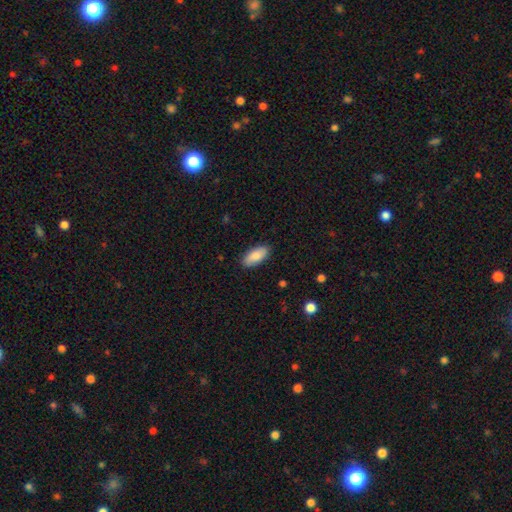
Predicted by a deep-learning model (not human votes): smooth-or-featured: smooth: 85% | featured or disk: 9% | star or artifact: 6%
  how-rounded: in between: 88% | cigar-shaped: 10% | round: 2%
  merging: none: 88% | minor disturbance: 9% | major disturbance: 2% | merger: 1%